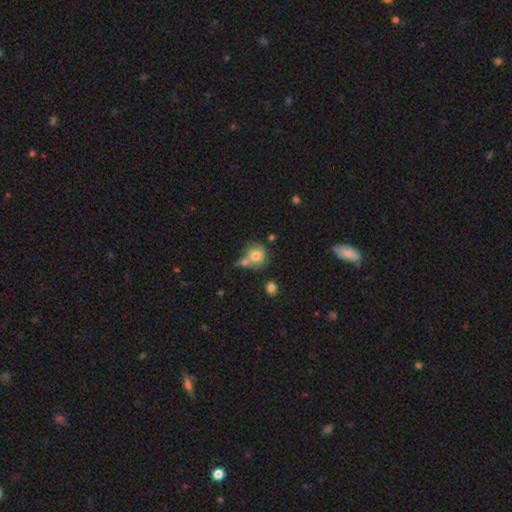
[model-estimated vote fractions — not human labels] smooth-or-featured: smooth: 73% | featured or disk: 17% | star or artifact: 10%
  how-rounded: round: 82% | in between: 17% | cigar-shaped: 1%
  merging: none: 44% | merger: 32% | minor disturbance: 17% | major disturbance: 7%